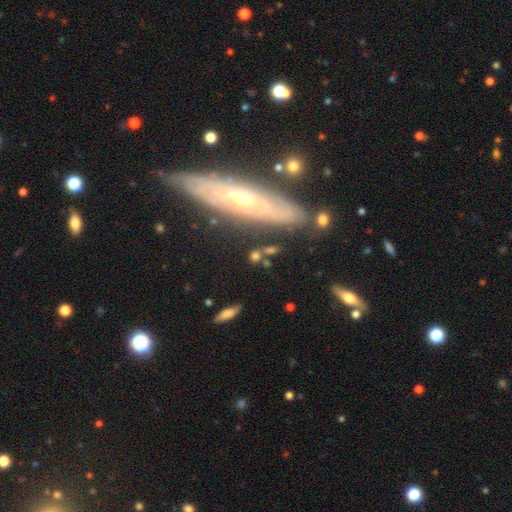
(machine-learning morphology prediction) Smooth or featured? smooth (62%)
How rounded? round (45%)
Merging? none (66%)